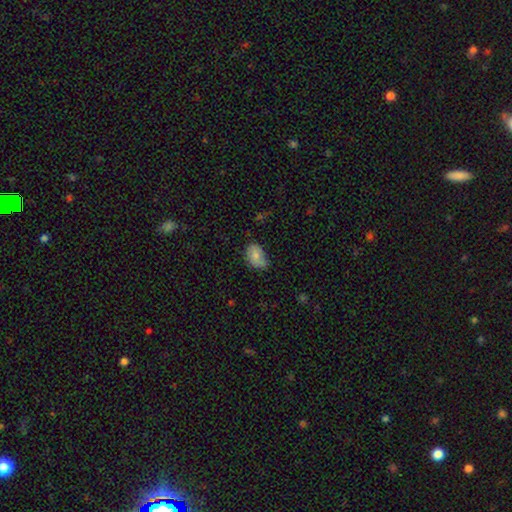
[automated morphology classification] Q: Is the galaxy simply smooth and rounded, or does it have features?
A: smooth — 78%.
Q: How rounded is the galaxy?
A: in between — 82%.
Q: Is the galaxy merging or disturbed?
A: none — 53%.